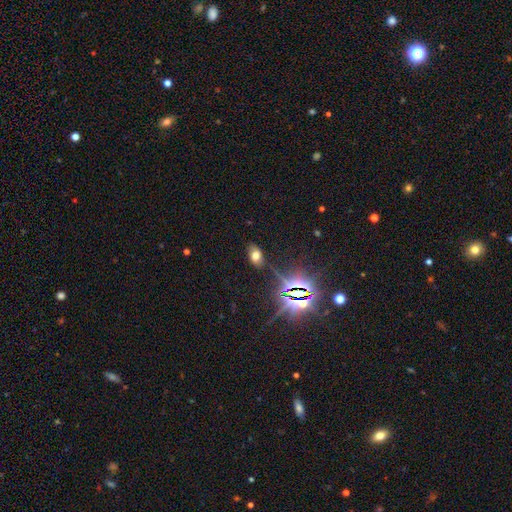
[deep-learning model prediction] smooth_or_featured: smooth (p=0.59) [alt: star or artifact p=0.29]
how_rounded: in between (p=0.89) [alt: round p=0.09]
merging: none (p=0.82) [alt: minor disturbance p=0.12]